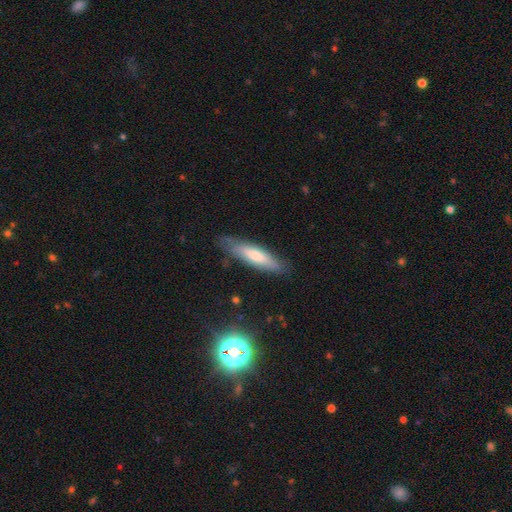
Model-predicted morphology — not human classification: Q: Smooth or featured?
A: smooth (66%); runner-up: featured or disk (28%)
Q: How rounded?
A: cigar-shaped (67%); runner-up: in between (32%)
Q: Merging?
A: none (76%); runner-up: minor disturbance (18%)